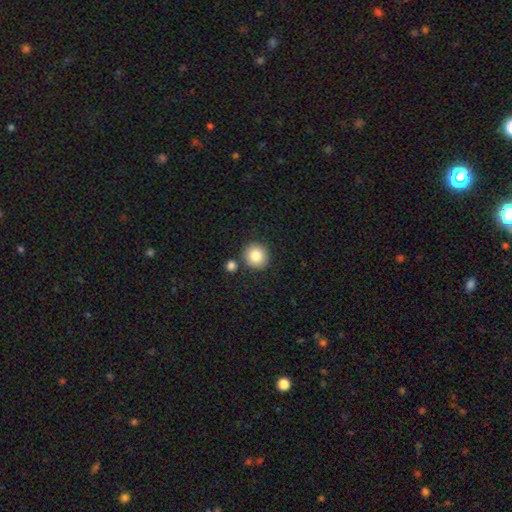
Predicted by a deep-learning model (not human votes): This is clearly a smooth galaxy (84%). How rounded: clearly round (90%). Merging: clearly none (83%).